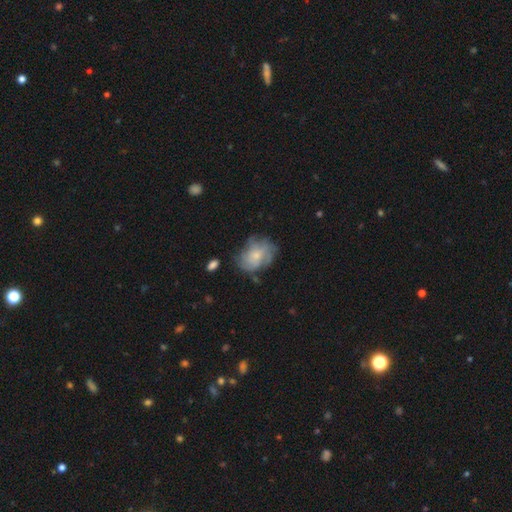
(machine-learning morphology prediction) The model was most divided on "smooth or featured": featured or disk: 51%, smooth: 41%, star or artifact: 8%. More confident: edge-on disk — no (97%); merging — none (57%).